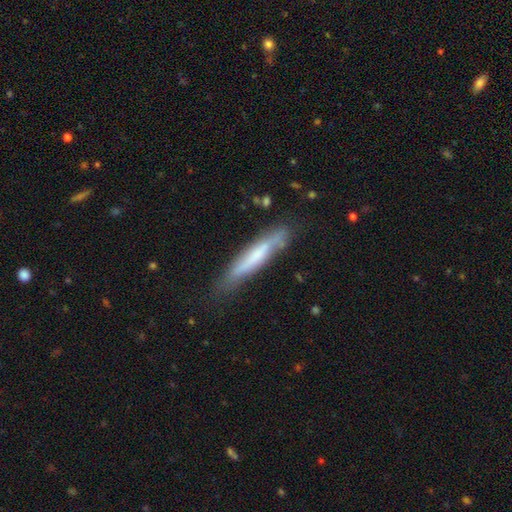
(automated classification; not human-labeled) This appears to be a smooth galaxy with no disk features (54%) that is cigar-shaped (91%). Merging: none (73%).